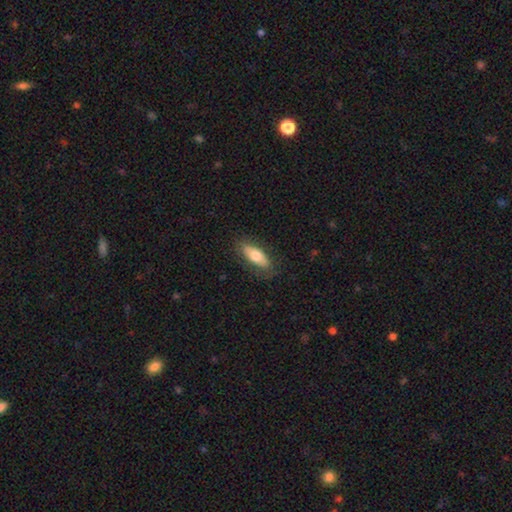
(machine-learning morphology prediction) Smooth or featured? Predicted: smooth (p=0.71). How rounded? Predicted: in between (p=0.76). Merging? Predicted: none (p=0.82).